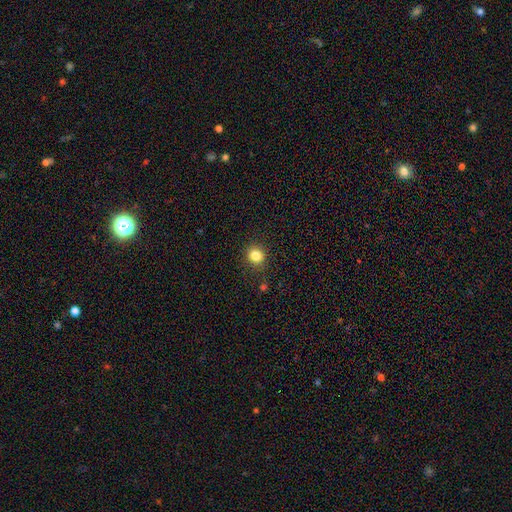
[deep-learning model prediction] The model was most divided on "smooth or featured": smooth: 83%, star or artifact: 12%, featured or disk: 5%. More confident: merging — none (88%); how rounded — round (86%).